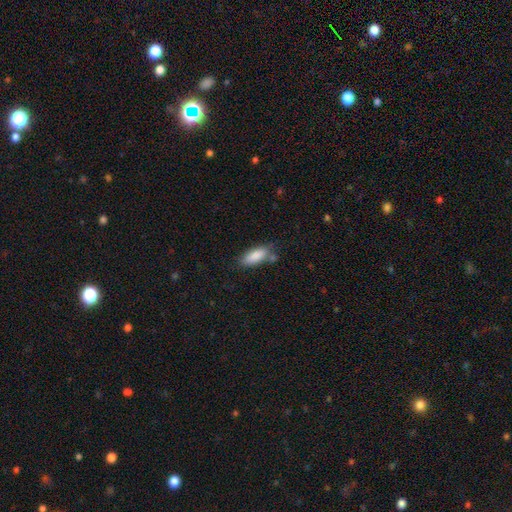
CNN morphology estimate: Smooth or featured? smooth (86%)
How rounded? in between (75%)
Merging? none (63%)